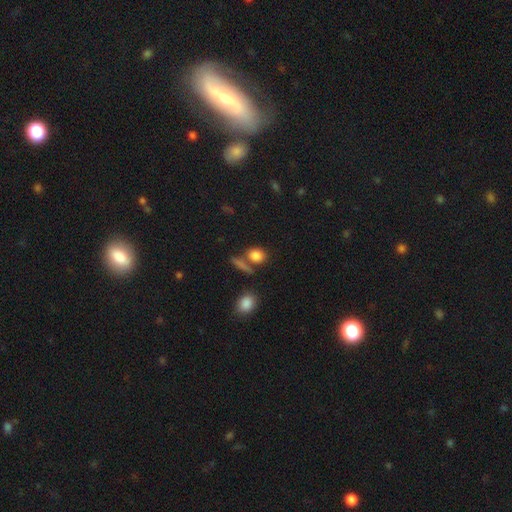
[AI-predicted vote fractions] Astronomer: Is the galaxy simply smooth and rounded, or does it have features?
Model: smooth — 83%.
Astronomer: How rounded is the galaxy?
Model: round — 52% (runner-up: in between, 44%).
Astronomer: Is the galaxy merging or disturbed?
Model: none — 63%.